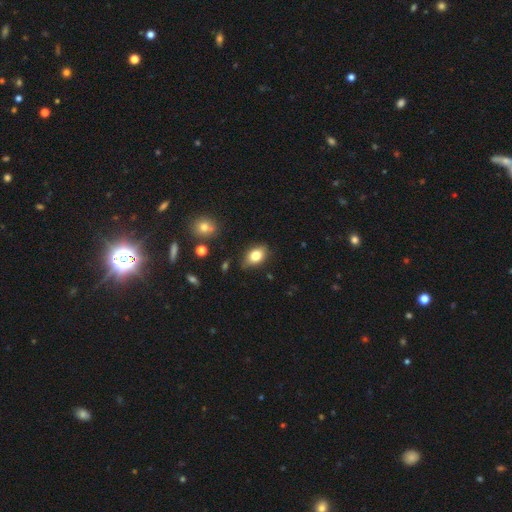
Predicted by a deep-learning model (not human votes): Smooth or featured? smooth (79%)
How rounded? in between (84%)
Merging? none (78%)